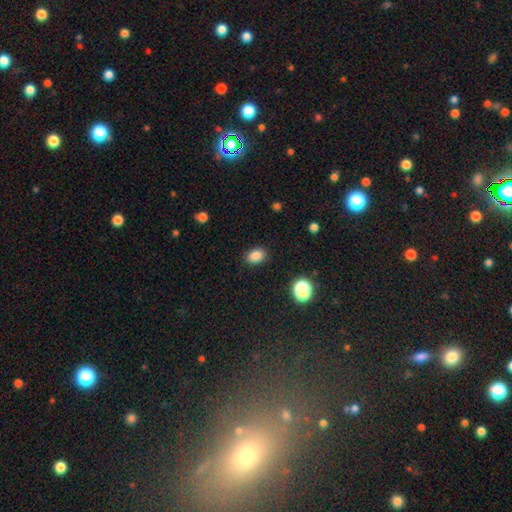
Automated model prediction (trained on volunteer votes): Smooth or featured: smooth — 85% (star or artifact — 11%)
How rounded: in between — 77% (round — 22%)
Merging: none — 88% (minor disturbance — 8%)